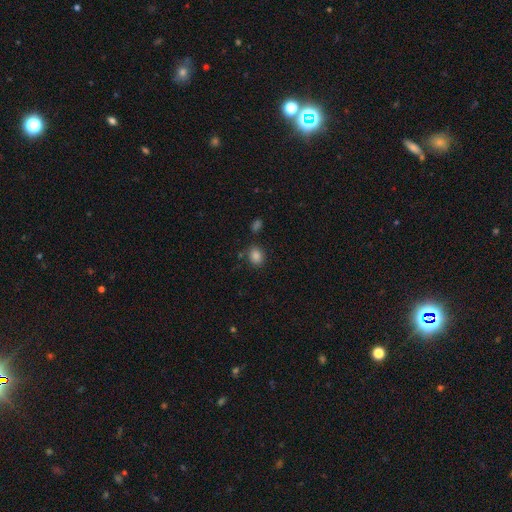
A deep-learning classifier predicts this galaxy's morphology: Smooth or featured? Predicted: smooth (p=0.85). How rounded? Predicted: round (p=0.51). Merging? Predicted: none (p=0.78).